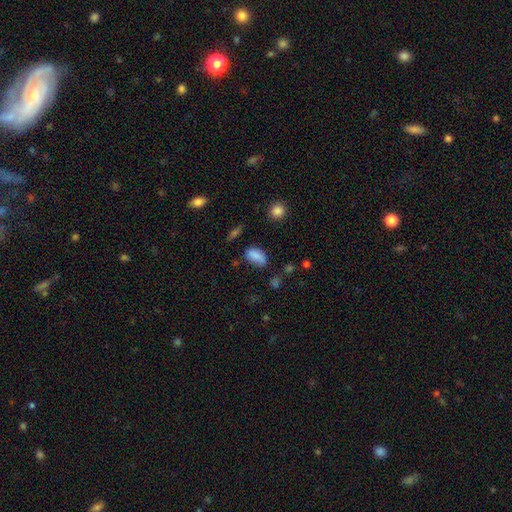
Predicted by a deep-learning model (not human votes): Morphology: type=smooth (83%); roundness=in between (89%); merging=none (63%).